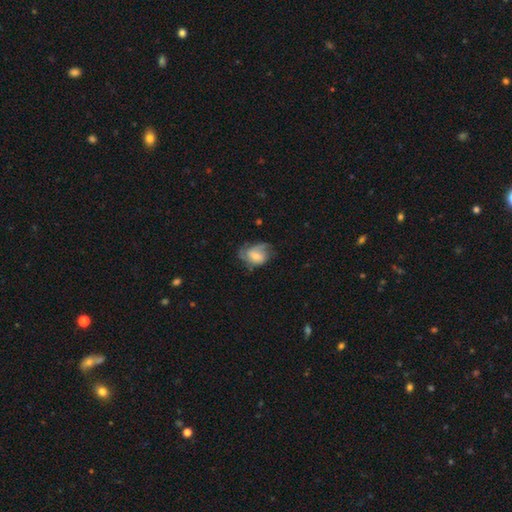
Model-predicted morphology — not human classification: A featured or disk galaxy (50%). Merging: none (46%).